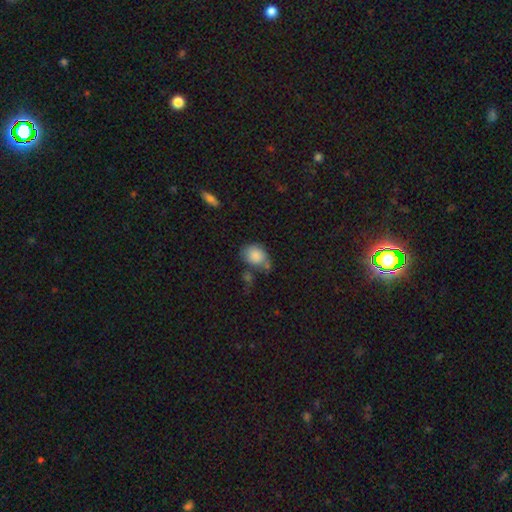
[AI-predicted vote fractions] smooth 84%, featured or disk 8%, star or artifact 8%. Down the decision tree: how rounded — in between (60%); merging — none (46%).